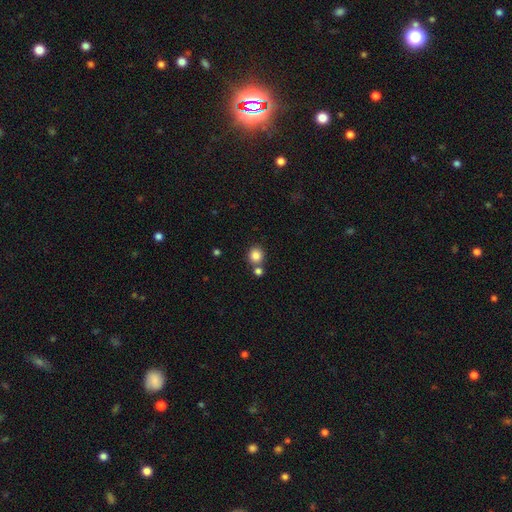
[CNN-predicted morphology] Smooth or featured? Predicted: smooth (p=0.85). How rounded? Predicted: round (p=0.87). Merging? Predicted: none (p=0.68).